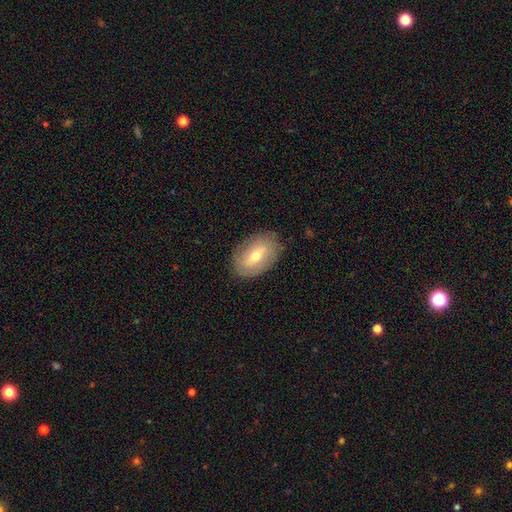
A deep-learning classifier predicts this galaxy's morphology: This is possibly a smooth galaxy (50%). How rounded: clearly in between (86%). Merging: clearly none (83%).